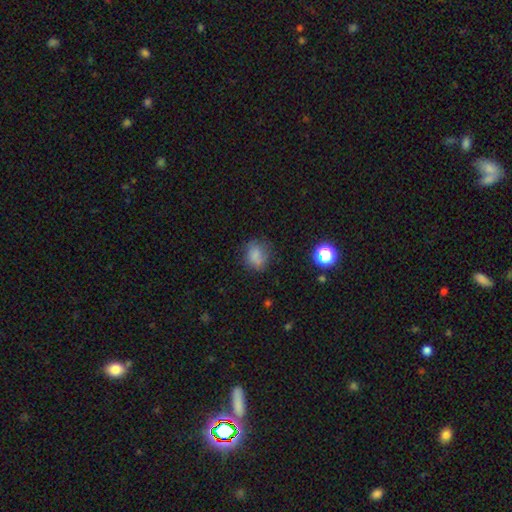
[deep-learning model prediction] Smooth or featured?
  - smooth: 73% *
  - star or artifact: 14%
  - featured or disk: 13%
How rounded?
  - round: 58% *
  - in between: 40%
  - cigar-shaped: 1%
Merging?
  - none: 60% *
  - minor disturbance: 24%
  - major disturbance: 11%
  - merger: 5%